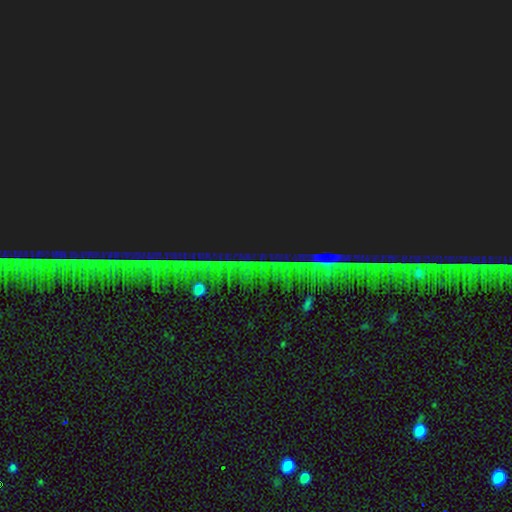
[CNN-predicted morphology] The model was most divided on "smooth or featured": star or artifact: 86%, featured or disk: 8%, smooth: 7%.